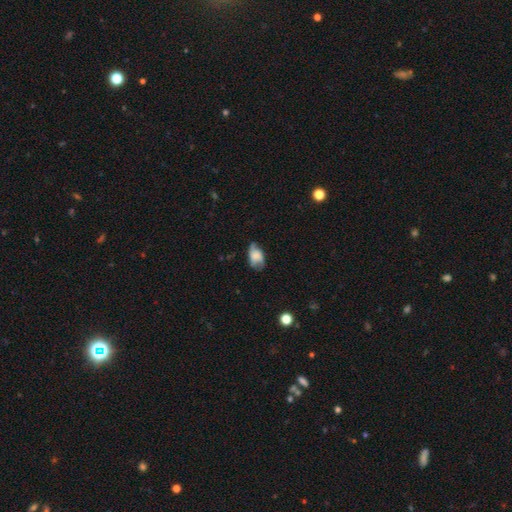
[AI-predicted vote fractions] This appears to be a smooth galaxy with no disk features (61%) that is in between round and cigar-shaped (87%). Merging: none (51%).